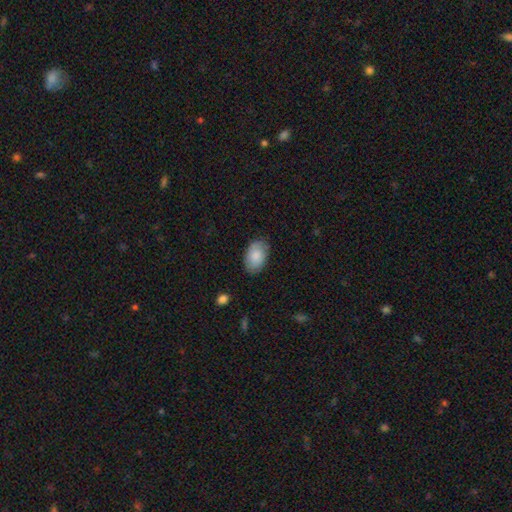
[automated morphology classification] Q: Smooth or featured?
A: smooth (85%); runner-up: featured or disk (9%)
Q: How rounded?
A: in between (92%); runner-up: round (7%)
Q: Merging?
A: none (82%); runner-up: minor disturbance (14%)